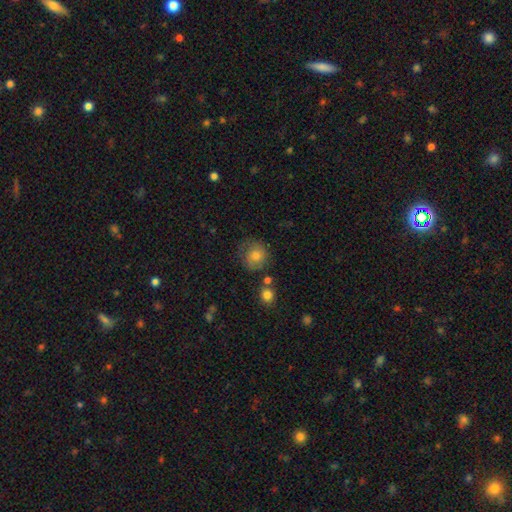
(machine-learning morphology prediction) Overall: smooth (70%). How rounded: round (87%). Merging: none (70%).